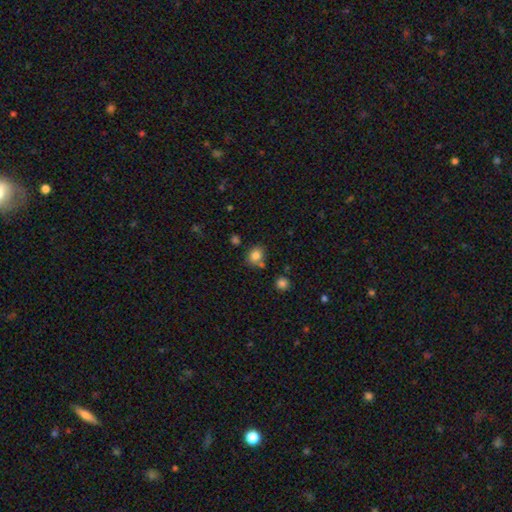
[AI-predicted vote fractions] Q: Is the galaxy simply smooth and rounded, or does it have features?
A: smooth — 82%.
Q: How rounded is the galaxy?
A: round — 62%.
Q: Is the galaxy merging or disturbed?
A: none — 70%.